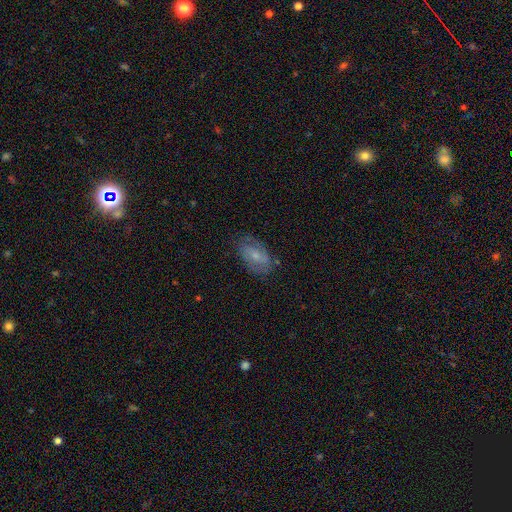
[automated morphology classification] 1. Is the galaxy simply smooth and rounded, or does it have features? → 54% featured or disk, 38% smooth, 8% star or artifact.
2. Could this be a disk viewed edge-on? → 94% no, 6% yes.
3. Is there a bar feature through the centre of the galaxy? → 44% weak, 41% no, 15% strong.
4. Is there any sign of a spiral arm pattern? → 76% yes, 24% no.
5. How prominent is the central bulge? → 56% small, 33% moderate, 8% none, 2% large, 1% dominant.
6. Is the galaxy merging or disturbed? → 72% none, 19% minor disturbance, 7% major disturbance, 2% merger.